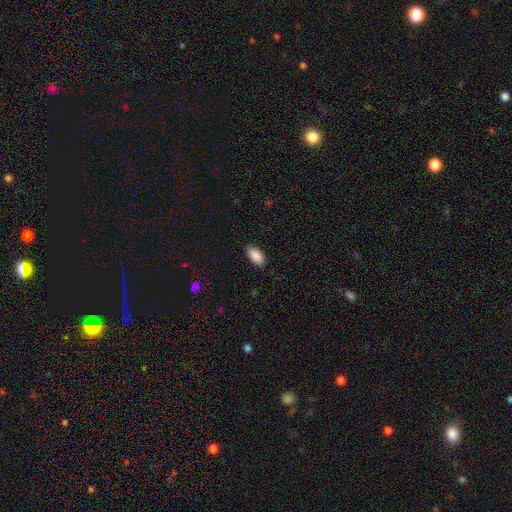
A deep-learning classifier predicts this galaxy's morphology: Smooth or featured?
  - smooth: 90% *
  - star or artifact: 6%
  - featured or disk: 4%
How rounded?
  - in between: 94% *
  - cigar-shaped: 3%
  - round: 2%
Merging?
  - none: 87% *
  - minor disturbance: 10%
  - major disturbance: 2%
  - merger: 1%